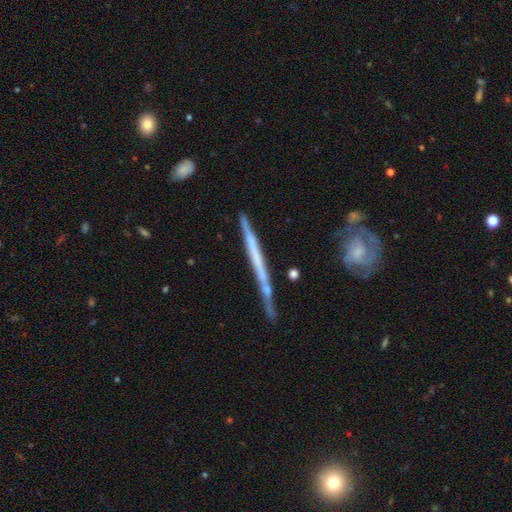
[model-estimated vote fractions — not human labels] This appears to be a featured or disk galaxy (64%) viewed edge-on (94%) with no central bulge (86%). Merging: none (73%).